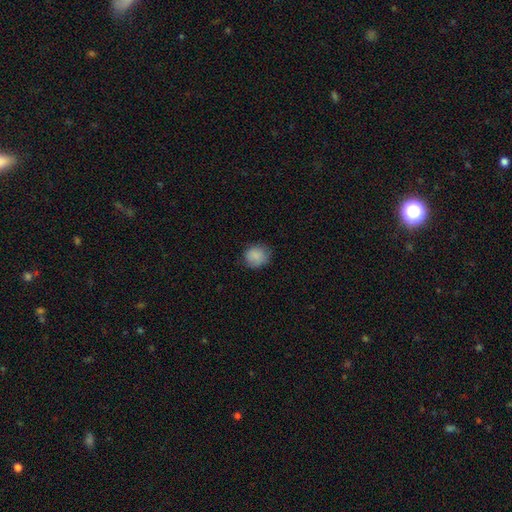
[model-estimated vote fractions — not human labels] smooth 86%, star or artifact 8%, featured or disk 6%. Down the decision tree: how rounded — round (77%); merging — none (77%).